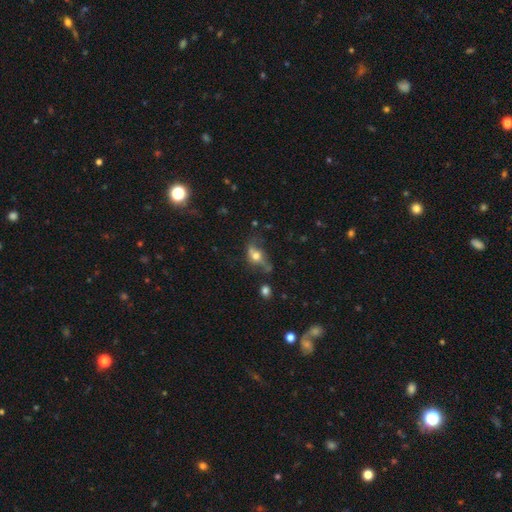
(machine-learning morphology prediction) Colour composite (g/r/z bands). It shows a smooth galaxy with no disk features (45%). Merging: none (47%).